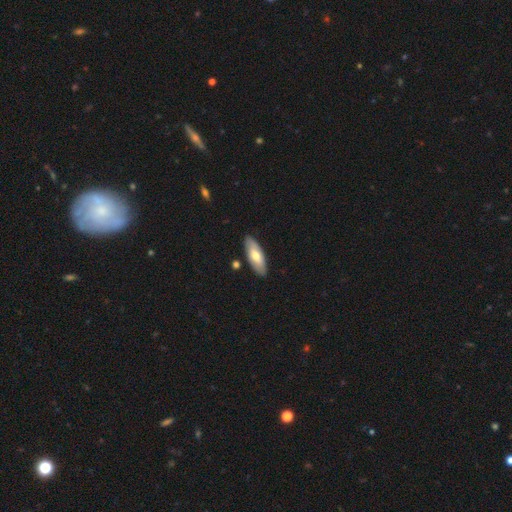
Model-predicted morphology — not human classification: Q: Smooth or featured?
A: smooth (62%); runner-up: featured or disk (32%)
Q: How rounded?
A: in between (71%); runner-up: cigar-shaped (27%)
Q: Merging?
A: none (86%); runner-up: minor disturbance (10%)